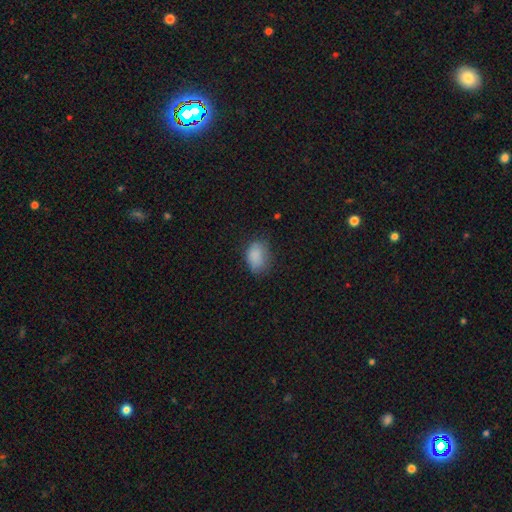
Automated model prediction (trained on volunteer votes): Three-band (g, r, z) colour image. It shows a smooth galaxy with no disk features (84%) that is in between round and cigar-shaped (78%). Merging: none (64%).